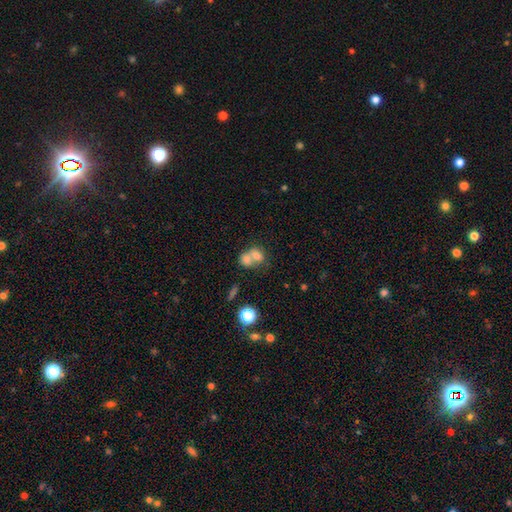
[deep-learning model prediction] Q: Smooth or featured?
A: smooth (70%); runner-up: featured or disk (19%)
Q: How rounded?
A: in between (52%); runner-up: round (46%)
Q: Merging?
A: merger (70%); runner-up: none (21%)